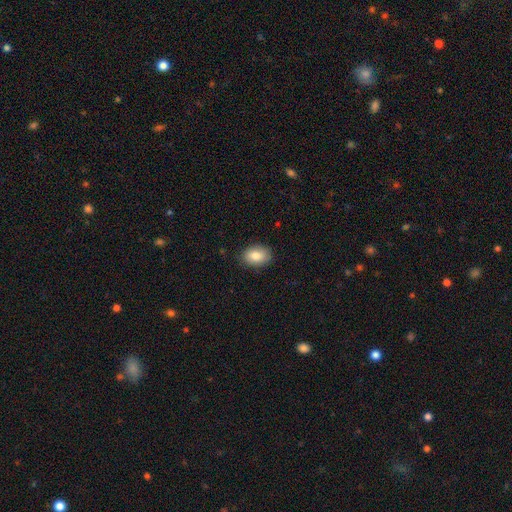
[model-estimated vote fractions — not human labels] A smooth galaxy with no disk features (83%) that is in between round and cigar-shaped (78%).

Vote fractions:
- Smooth or featured? smooth: 83% / featured or disk: 9% / star or artifact: 8%
- How rounded? in between: 78% / round: 21% / cigar-shaped: 1%
- Merging? none: 86% / minor disturbance: 11% / major disturbance: 2% / merger: 1%